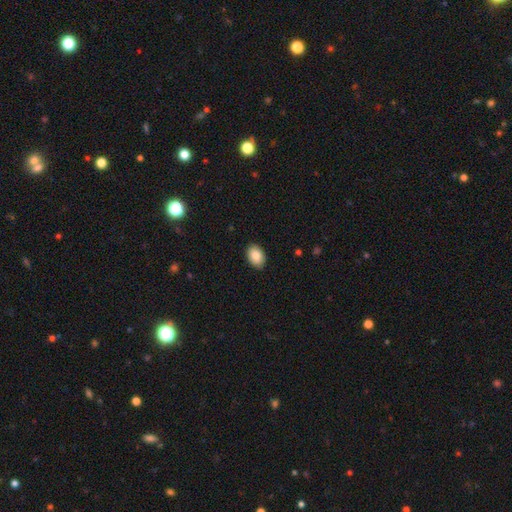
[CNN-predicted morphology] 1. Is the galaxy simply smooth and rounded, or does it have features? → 88% smooth, 7% star or artifact, 5% featured or disk.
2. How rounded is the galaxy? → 87% in between, 12% round, 1% cigar-shaped.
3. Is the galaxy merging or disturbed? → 89% none, 8% minor disturbance, 2% major disturbance, 1% merger.